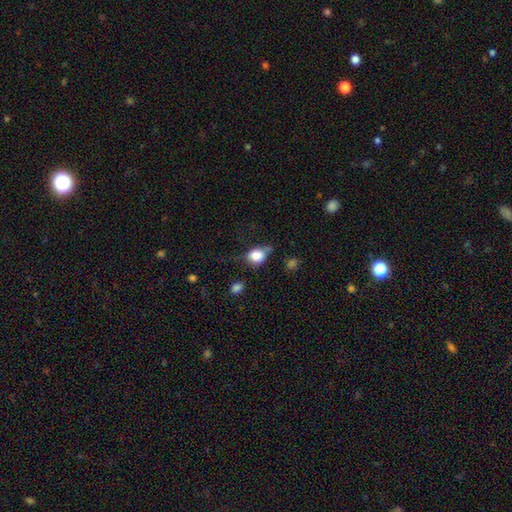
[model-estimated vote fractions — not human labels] Smooth or featured? Predicted: smooth (p=0.75). How rounded? Predicted: round (p=0.55). Merging? Predicted: none (p=0.48).